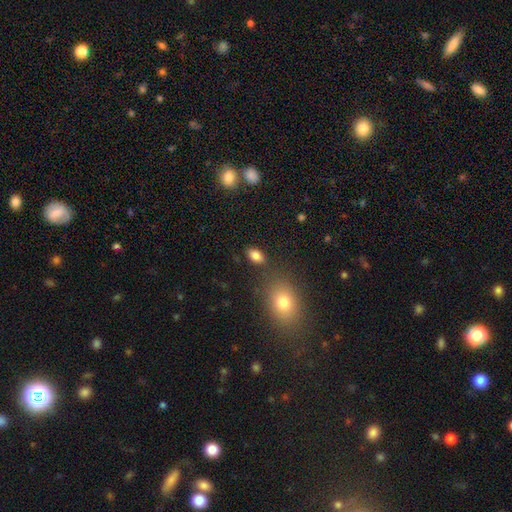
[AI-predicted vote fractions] smooth_or_featured: smooth (p=0.84) [alt: star or artifact p=0.10]
how_rounded: in between (p=0.89) [alt: round p=0.08]
merging: none (p=0.81) [alt: minor disturbance p=0.11]